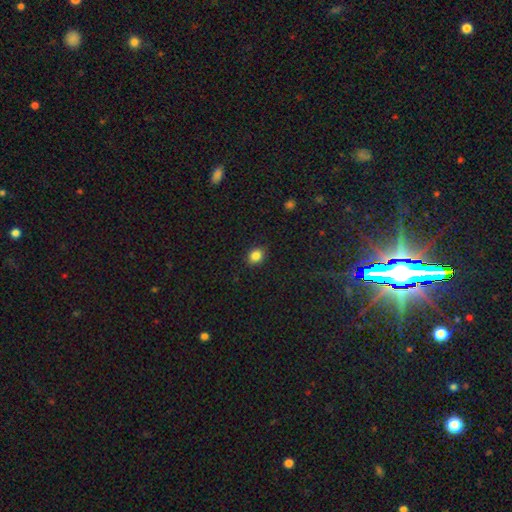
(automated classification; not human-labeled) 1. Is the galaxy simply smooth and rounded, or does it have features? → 85% smooth, 11% star or artifact, 4% featured or disk.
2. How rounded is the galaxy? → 61% round, 38% in between, 1% cigar-shaped.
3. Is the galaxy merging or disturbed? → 89% none, 8% minor disturbance, 2% major disturbance, 1% merger.